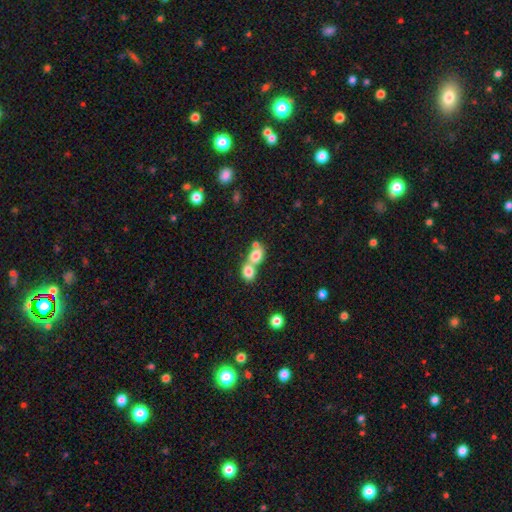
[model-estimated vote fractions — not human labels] Overall: smooth (77%). How rounded: in between (54%; round 44%). Merging: merger (71%).